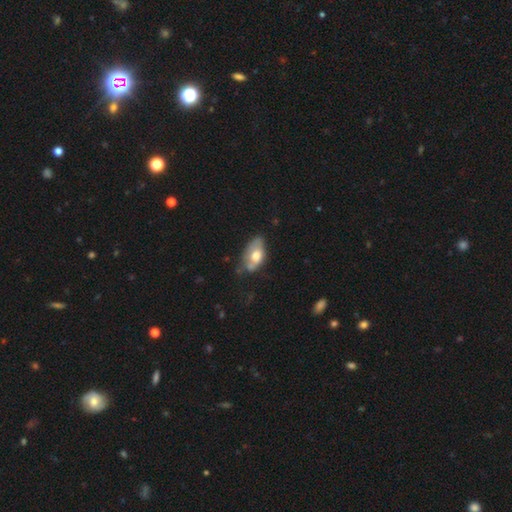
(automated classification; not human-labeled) A smooth galaxy with no disk features (62%) that is in between round and cigar-shaped (92%). Merging: none (45%).